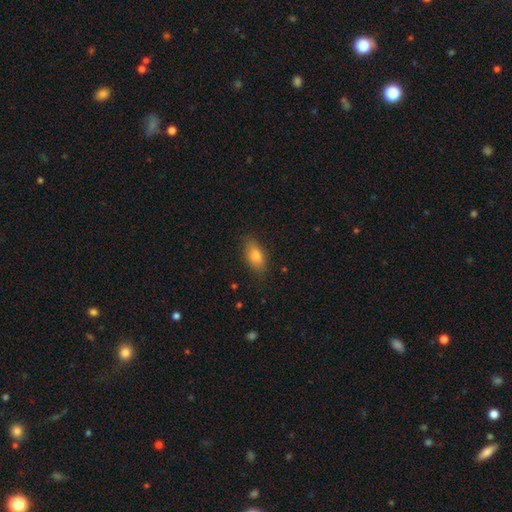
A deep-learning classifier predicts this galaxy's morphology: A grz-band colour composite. It shows a smooth galaxy with no disk features (77%) that is in between round and cigar-shaped (84%). Merging: none (81%).